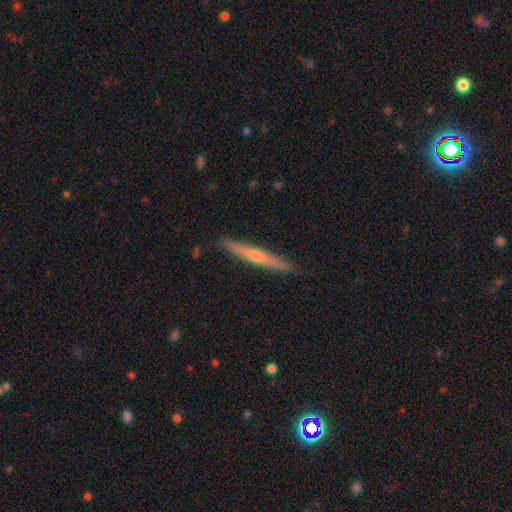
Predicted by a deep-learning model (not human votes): Smooth or featured? Predicted: featured or disk (p=0.56). Edge-on disk? Predicted: yes (p=0.97). Edge-on bulge? Predicted: rounded (p=0.63). Merging? Predicted: none (p=0.91).